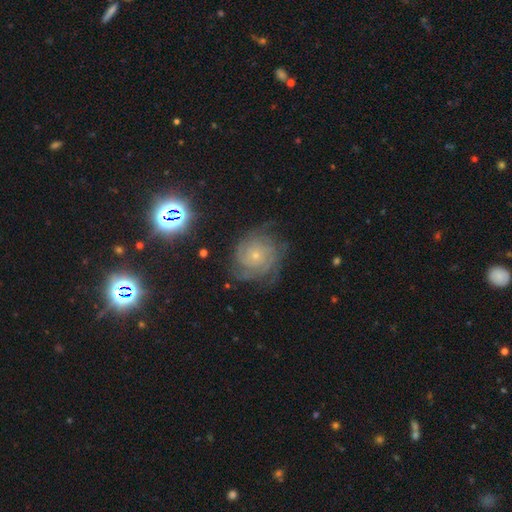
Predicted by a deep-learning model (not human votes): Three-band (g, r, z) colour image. It shows a featured or disk galaxy (79%) with no bar (82%), tight (72%) spiral arms (95%) and a small central bulge (79%). Merging: none (70%).